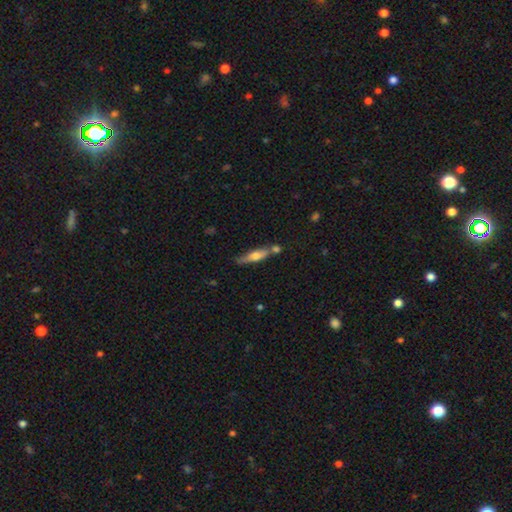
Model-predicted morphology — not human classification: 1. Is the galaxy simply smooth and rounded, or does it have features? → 48% smooth, 46% featured or disk, 6% star or artifact.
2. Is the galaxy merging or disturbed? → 61% none, 19% merger, 16% minor disturbance, 4% major disturbance.